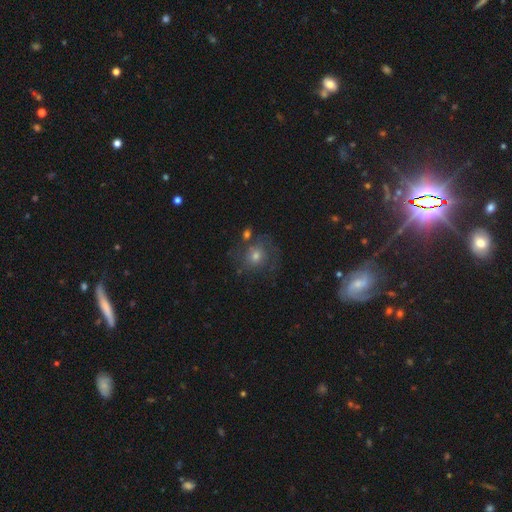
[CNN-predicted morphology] Smooth or featured? Predicted: featured or disk (p=0.43). Merging? Predicted: none (p=0.67).